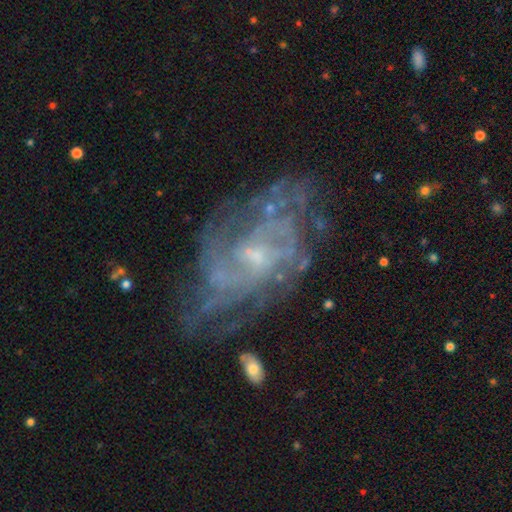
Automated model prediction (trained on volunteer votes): smooth-or-featured: featured or disk: 81% | star or artifact: 10% | smooth: 9%
  disk-edge-on: no: 96% | yes: 4%
    bar: no: 51% | weak: 41% | strong: 8%
    has-spiral-arms: yes: 86% | no: 14%
      spiral-winding: tight: 47% | medium: 38% | loose: 15%
      spiral-arm-count: can't tell: 48% | 2: 14% | 4: 12% | 3: 12% | more than 4: 7% | 1: 6%
    bulge-size: small: 65% | moderate: 24% | none: 8% | large: 1% | dominant: 1%
  merging: none: 63% | minor disturbance: 20% | major disturbance: 13% | merger: 3%